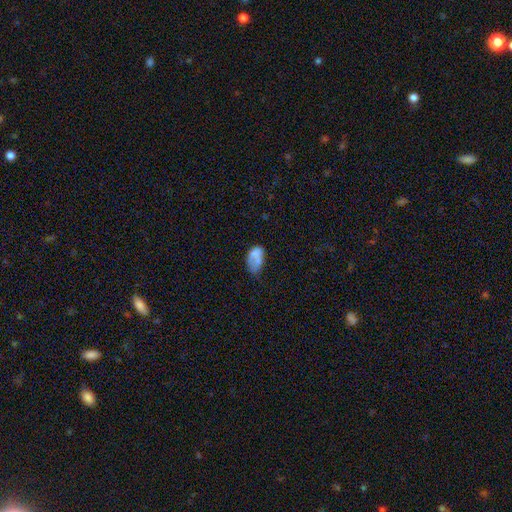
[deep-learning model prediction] A smooth galaxy with no disk features (63%) that is in between round and cigar-shaped (91%). Merging: none (32%).